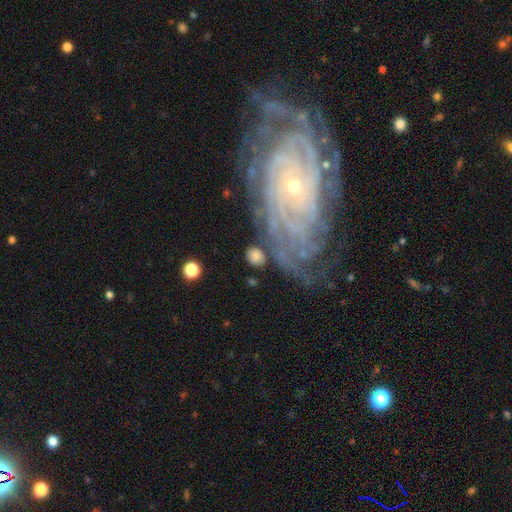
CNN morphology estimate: Q: Smooth or featured?
A: smooth (69%); runner-up: featured or disk (22%)
Q: How rounded?
A: round (55%); runner-up: in between (43%)
Q: Merging?
A: none (75%); runner-up: minor disturbance (13%)